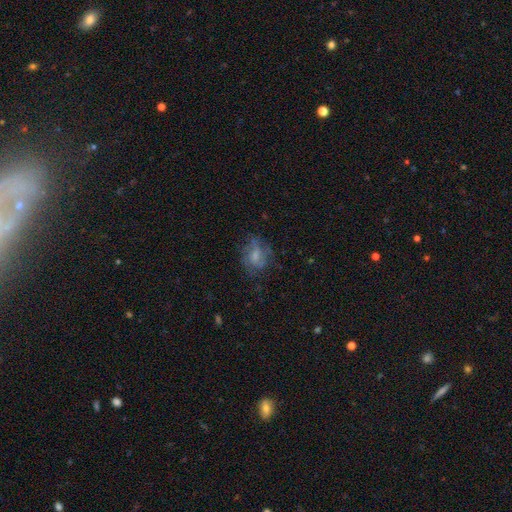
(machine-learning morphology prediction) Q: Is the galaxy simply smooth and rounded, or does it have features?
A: smooth — 49%.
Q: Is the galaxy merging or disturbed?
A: none — 58%.